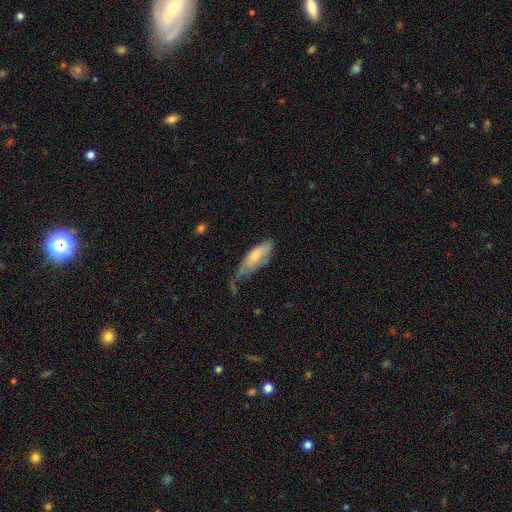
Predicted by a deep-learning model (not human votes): A smooth galaxy with no disk features (68%) that is in between round and cigar-shaped (68%).

Vote fractions:
- Smooth or featured? smooth: 68% / featured or disk: 26% / star or artifact: 6%
- How rounded? in between: 68% / cigar-shaped: 30% / round: 2%
- Merging? minor disturbance: 41% / major disturbance: 31% / none: 24% / merger: 5%